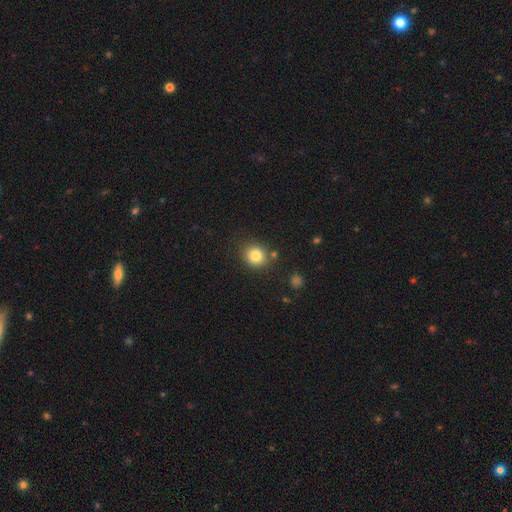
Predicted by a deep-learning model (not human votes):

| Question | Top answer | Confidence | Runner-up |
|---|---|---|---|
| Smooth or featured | smooth | 83% | star or artifact (11%) |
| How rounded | round | 80% | in between (19%) |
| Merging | none | 79% | minor disturbance (11%) |